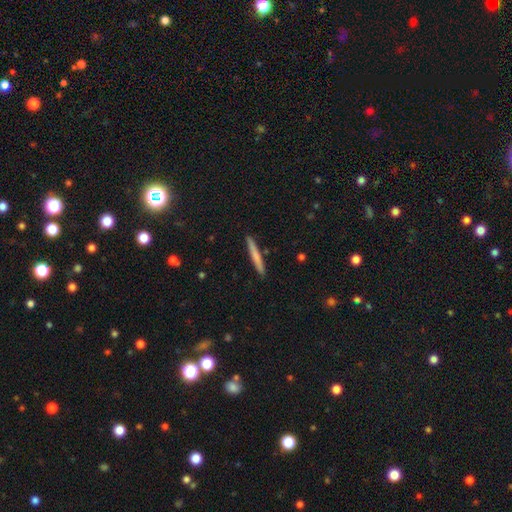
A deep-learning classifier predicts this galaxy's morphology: Smooth or featured?
  - smooth: 69% *
  - featured or disk: 25%
  - star or artifact: 6%
How rounded?
  - cigar-shaped: 97% *
  - in between: 2%
  - round: 1%
Merging?
  - none: 91% *
  - minor disturbance: 6%
  - merger: 1%
  - major disturbance: 1%